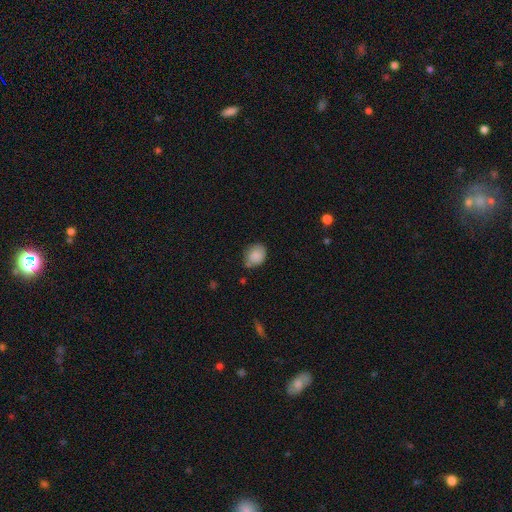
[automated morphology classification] smooth_or_featured: smooth (p=0.86) [alt: star or artifact p=0.08]
how_rounded: in between (p=0.50) [alt: round p=0.49]
merging: none (p=0.65) [alt: minor disturbance p=0.25]